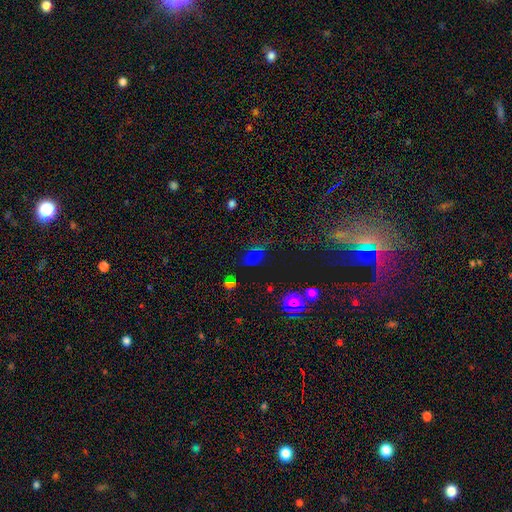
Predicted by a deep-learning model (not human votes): star or artifact 45% (tied), smooth 45% (tied), featured or disk 10%.